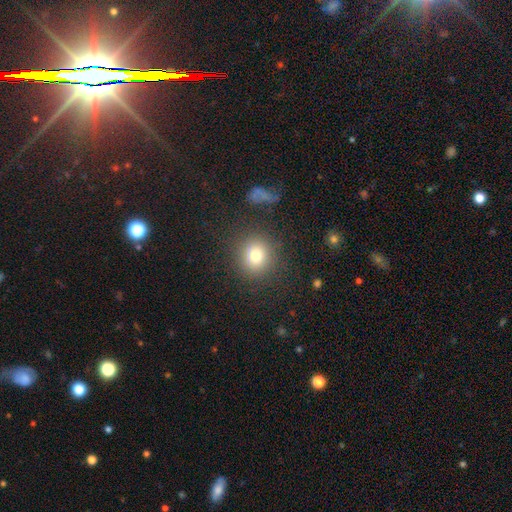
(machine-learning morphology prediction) The model was most divided on "smooth or featured": smooth: 77%, star or artifact: 13%, featured or disk: 10%. More confident: how rounded — round (86%); merging — none (85%).